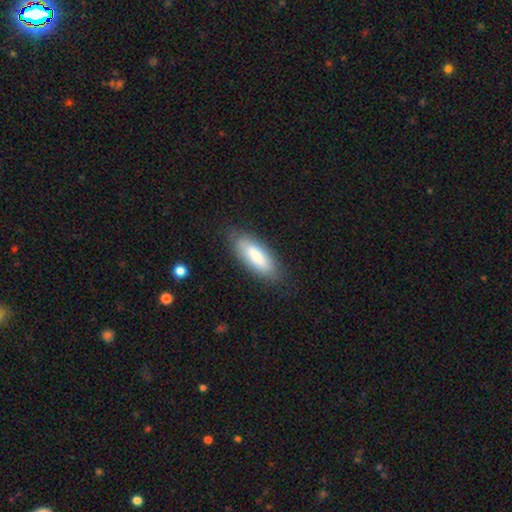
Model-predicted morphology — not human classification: smooth 79%, featured or disk 15%, star or artifact 6%. Down the decision tree: how rounded — in between (68%); merging — none (81%).